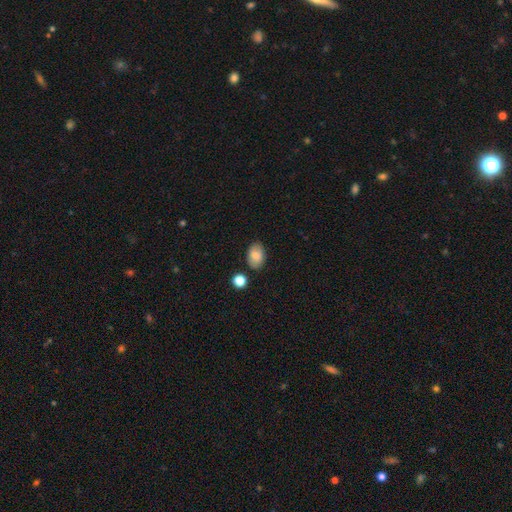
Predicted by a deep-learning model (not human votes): Q: Smooth or featured?
A: smooth (82%); runner-up: featured or disk (10%)
Q: How rounded?
A: in between (87%); runner-up: round (12%)
Q: Merging?
A: none (81%); runner-up: minor disturbance (13%)